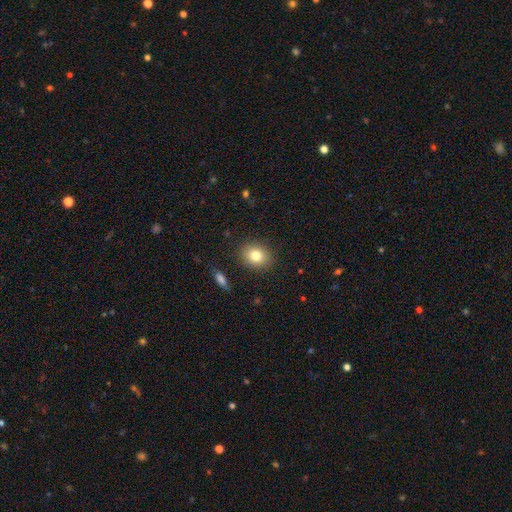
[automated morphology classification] A smooth galaxy with no disk features (80%) that is round (55%).

Vote fractions:
- Smooth or featured? smooth: 80% / star or artifact: 10% / featured or disk: 10%
- How rounded? round: 55% / in between: 44% / cigar-shaped: 1%
- Merging? none: 88% / minor disturbance: 8% / major disturbance: 3% / merger: 1%